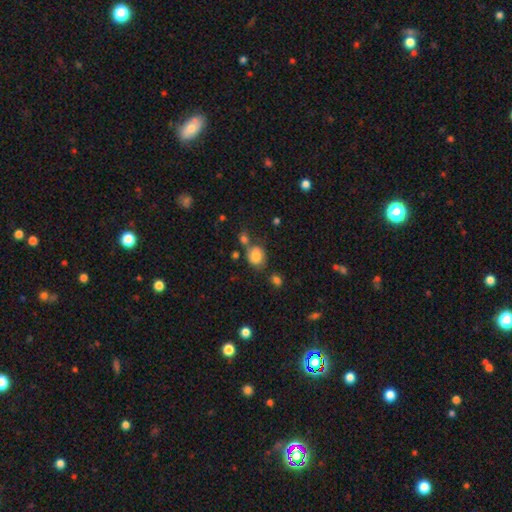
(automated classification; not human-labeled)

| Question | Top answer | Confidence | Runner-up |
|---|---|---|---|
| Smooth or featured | smooth | 78% | featured or disk (12%) |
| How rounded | round | 63% | in between (36%) |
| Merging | none | 58% | minor disturbance (20%) |